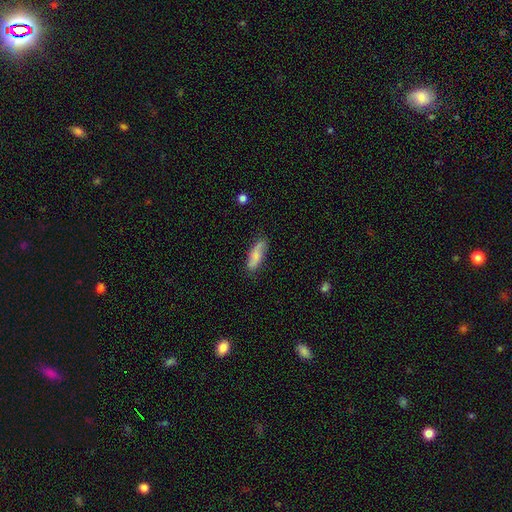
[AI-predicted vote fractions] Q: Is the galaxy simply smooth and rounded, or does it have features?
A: smooth — 68%.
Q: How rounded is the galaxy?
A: in between — 58%.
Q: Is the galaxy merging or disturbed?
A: none — 78%.